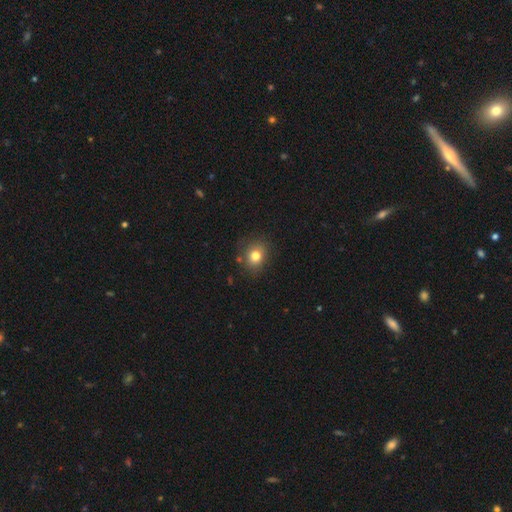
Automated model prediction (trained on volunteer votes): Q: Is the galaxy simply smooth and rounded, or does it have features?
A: smooth — 79%.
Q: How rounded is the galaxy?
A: round — 65%.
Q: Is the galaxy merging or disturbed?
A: none — 82%.